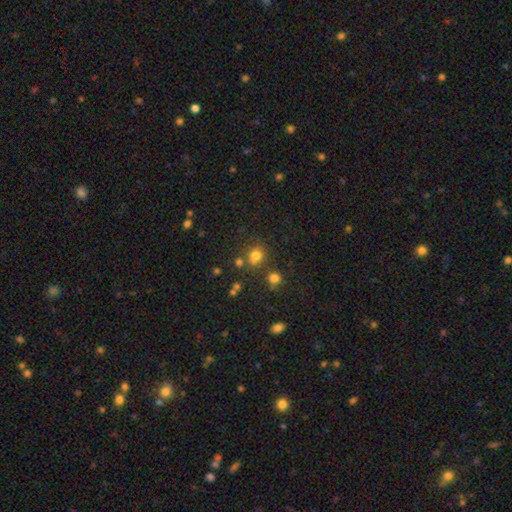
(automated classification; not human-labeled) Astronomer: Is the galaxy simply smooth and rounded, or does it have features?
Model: smooth — 74%.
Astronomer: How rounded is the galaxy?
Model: round — 70%.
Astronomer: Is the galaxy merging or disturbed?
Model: none — 65%.